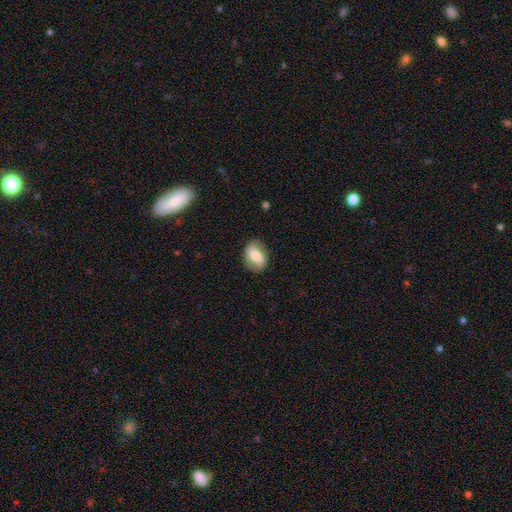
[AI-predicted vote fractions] This is likely a smooth galaxy (63%). How rounded: likely in between (80%). Merging: likely none (79%).